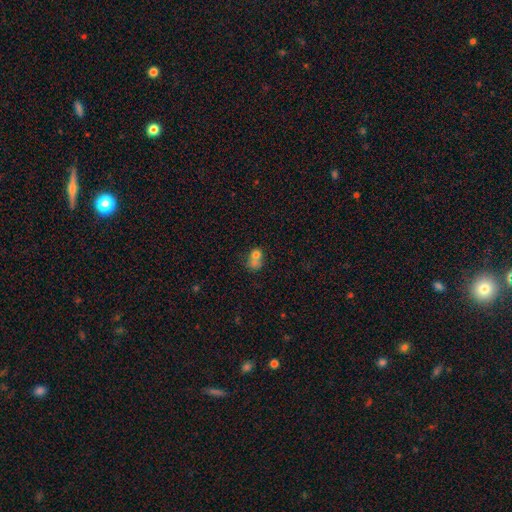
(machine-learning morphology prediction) Smooth or featured? Predicted: smooth (p=0.70). How rounded? Predicted: round (p=0.55). Merging? Predicted: merger (p=0.55).